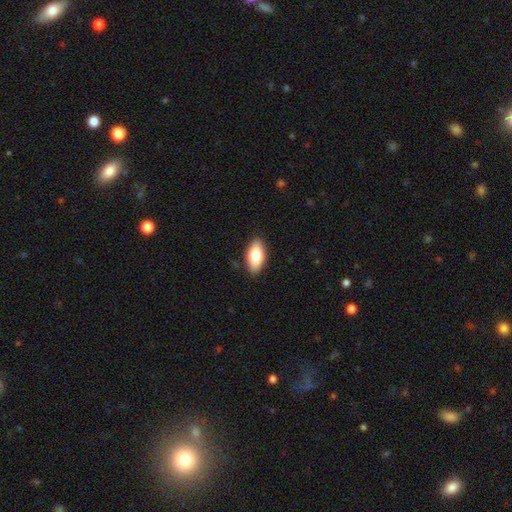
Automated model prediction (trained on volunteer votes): smooth_or_featured: smooth (p=0.78) [alt: featured or disk p=0.15]
how_rounded: in between (p=0.91) [alt: cigar-shaped p=0.06]
merging: none (p=0.88) [alt: minor disturbance p=0.09]